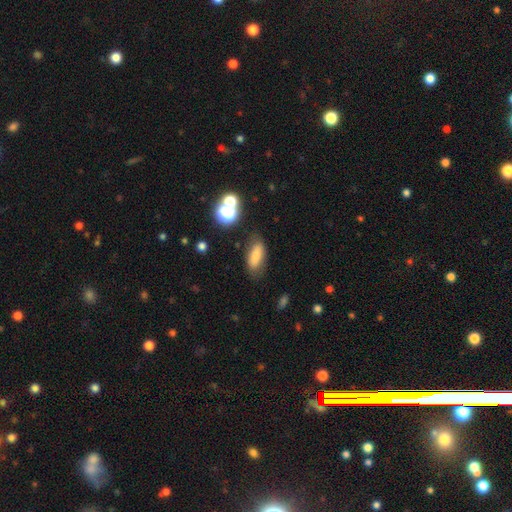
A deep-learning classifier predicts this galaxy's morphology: A smooth galaxy with no disk features (79%) that is in between round and cigar-shaped (74%).

Vote fractions:
- Smooth or featured? smooth: 79% / star or artifact: 11% / featured or disk: 10%
- How rounded? in between: 74% / cigar-shaped: 22% / round: 4%
- Merging? none: 76% / minor disturbance: 16% / major disturbance: 5% / merger: 3%